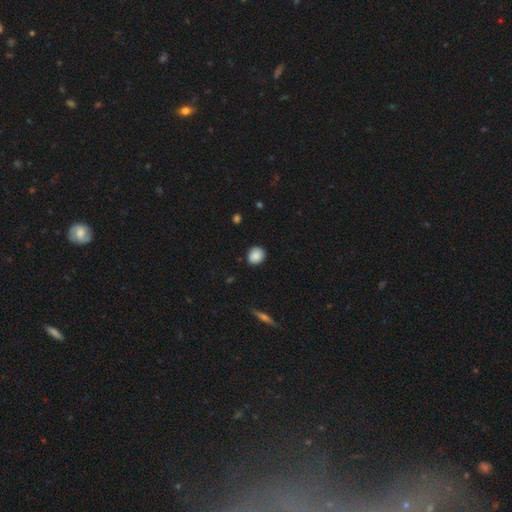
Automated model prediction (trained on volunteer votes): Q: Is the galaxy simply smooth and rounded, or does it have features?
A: smooth — 86%.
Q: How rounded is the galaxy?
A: round — 82%.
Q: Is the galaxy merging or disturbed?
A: none — 87%.